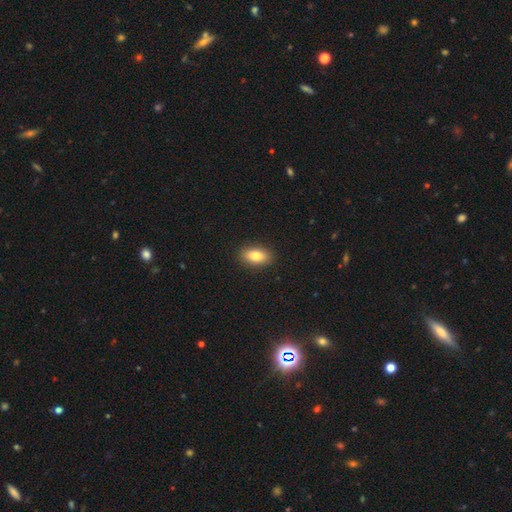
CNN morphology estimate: The model was most divided on "smooth or featured": smooth: 83%, featured or disk: 10%, star or artifact: 7%. More confident: merging — none (90%); how rounded — in between (89%).